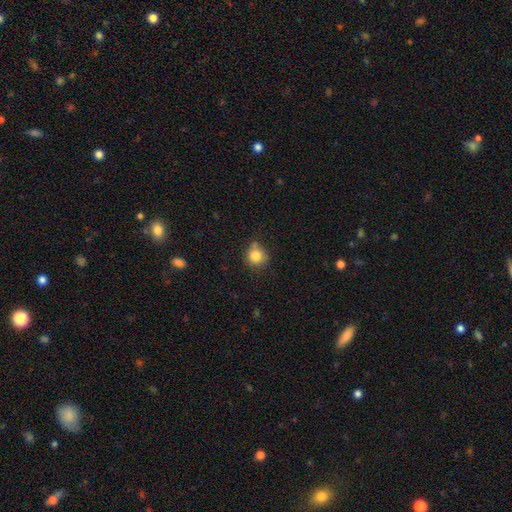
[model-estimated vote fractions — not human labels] This is clearly a smooth galaxy (83%). How rounded: clearly round (90%). Merging: likely none (72%).